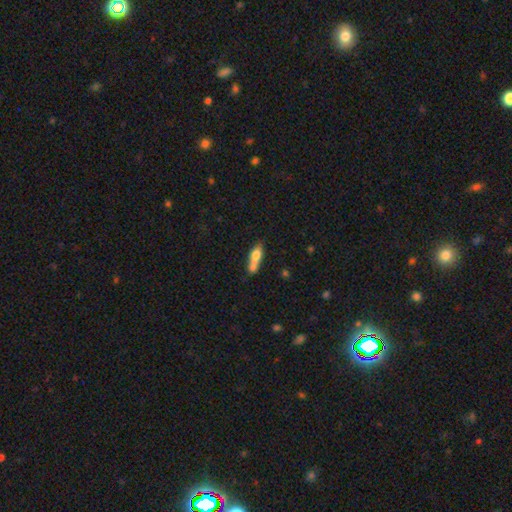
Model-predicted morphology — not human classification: Smooth or featured?
  - smooth: 64% *
  - featured or disk: 28%
  - star or artifact: 8%
How rounded?
  - cigar-shaped: 50% *
  - in between: 46%
  - round: 5%
Merging?
  - merger: 38% *
  - none: 34%
  - minor disturbance: 19%
  - major disturbance: 9%